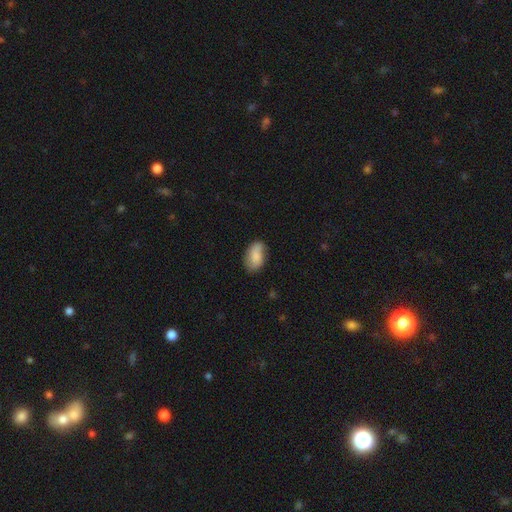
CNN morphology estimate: Smooth or featured: smooth — 81% (featured or disk — 11%)
How rounded: in between — 92% (round — 5%)
Merging: none — 66% (minor disturbance — 25%)